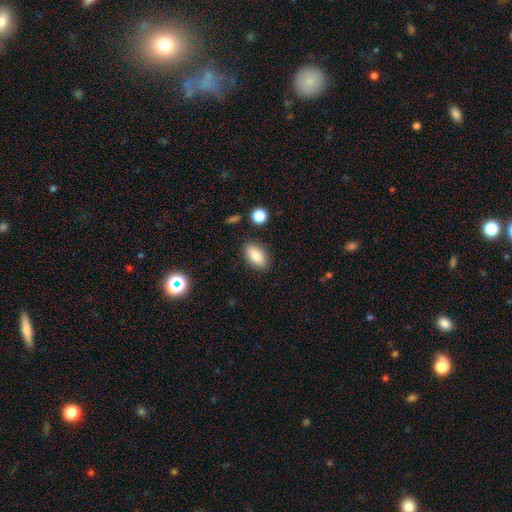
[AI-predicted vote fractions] Smooth or featured? Predicted: smooth (p=0.85). How rounded? Predicted: in between (p=0.91). Merging? Predicted: none (p=0.86).